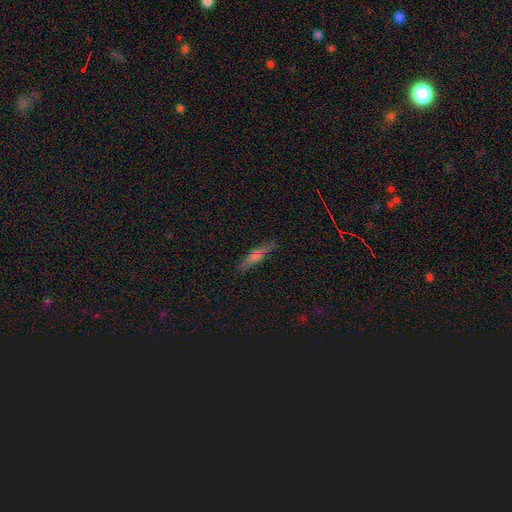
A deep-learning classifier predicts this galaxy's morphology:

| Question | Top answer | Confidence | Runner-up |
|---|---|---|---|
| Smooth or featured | smooth | 47% | featured or disk (44%) |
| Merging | none | 85% | minor disturbance (12%) |